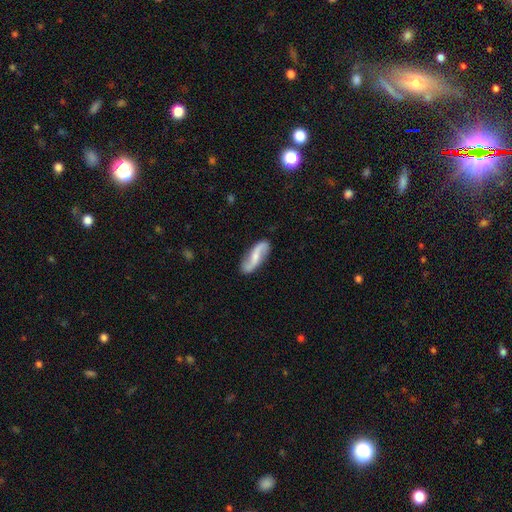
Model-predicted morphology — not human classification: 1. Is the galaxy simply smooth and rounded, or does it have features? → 74% featured or disk, 21% smooth, 5% star or artifact.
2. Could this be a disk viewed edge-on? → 93% no, 7% yes.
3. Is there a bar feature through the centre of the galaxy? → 40% weak, 37% no, 23% strong.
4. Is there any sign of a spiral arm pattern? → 94% yes, 6% no.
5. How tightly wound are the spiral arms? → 75% loose, 18% medium, 7% tight.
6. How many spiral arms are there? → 93% 2, 2% can't tell, 2% 1, 1% 3, 1% 4, 1% more than 4.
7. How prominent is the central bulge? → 45% small, 35% moderate, 15% none, 4% large, 1% dominant.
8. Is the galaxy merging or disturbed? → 85% none, 11% minor disturbance, 3% major disturbance, 2% merger.